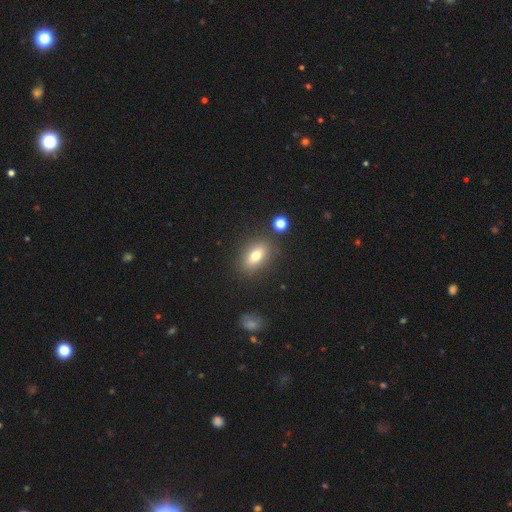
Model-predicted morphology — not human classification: Smooth or featured? smooth (73%)
How rounded? in between (80%)
Merging? none (83%)